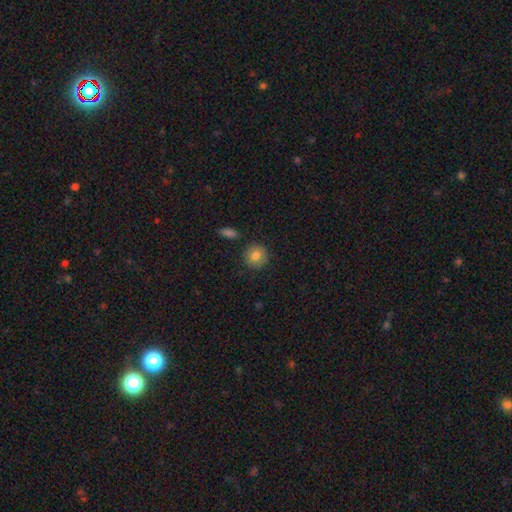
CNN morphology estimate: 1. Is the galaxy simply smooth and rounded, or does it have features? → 81% smooth, 11% featured or disk, 8% star or artifact.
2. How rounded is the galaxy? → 90% round, 9% in between, 1% cigar-shaped.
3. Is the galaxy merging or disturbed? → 85% none, 10% minor disturbance, 2% merger, 2% major disturbance.